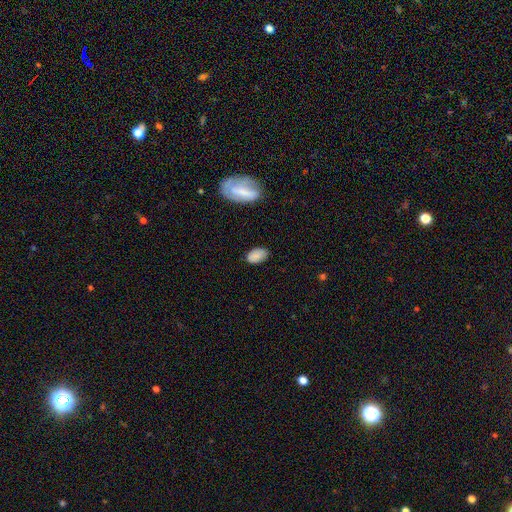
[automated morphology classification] smooth_or_featured: smooth (p=0.86) [alt: star or artifact p=0.08]
how_rounded: in between (p=0.93) [alt: round p=0.05]
merging: none (p=0.80) [alt: minor disturbance p=0.15]